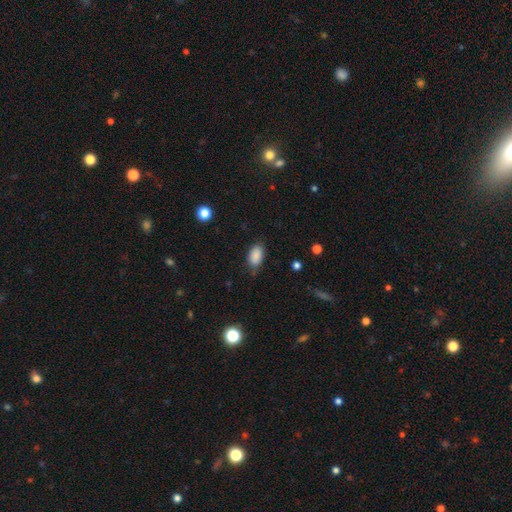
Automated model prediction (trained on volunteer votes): Smooth or featured?
  - smooth: 88% *
  - star or artifact: 8%
  - featured or disk: 5%
How rounded?
  - in between: 91% *
  - round: 7%
  - cigar-shaped: 2%
Merging?
  - none: 72% *
  - minor disturbance: 22%
  - major disturbance: 4%
  - merger: 2%